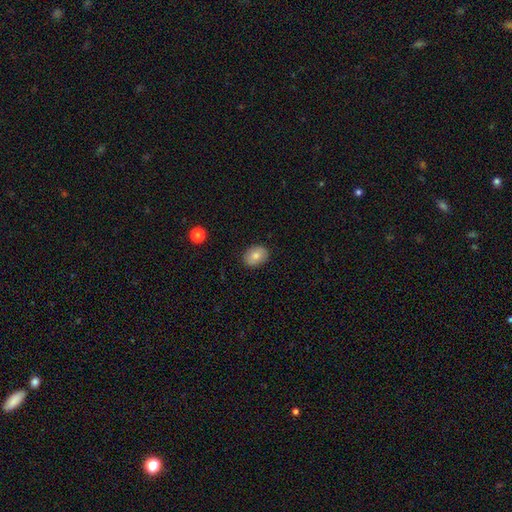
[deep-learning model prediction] Q: Smooth or featured?
A: smooth (79%); runner-up: featured or disk (13%)
Q: How rounded?
A: in between (65%); runner-up: round (34%)
Q: Merging?
A: none (88%); runner-up: minor disturbance (9%)